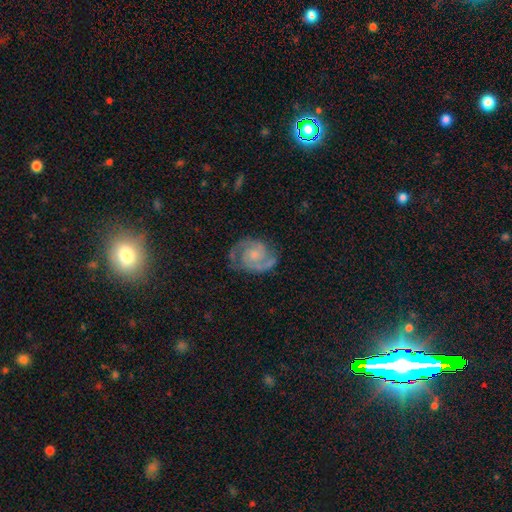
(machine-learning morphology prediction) Overall: featured or disk (89%). Edge-on disk: no (98%). Bar: no (66%; weak 29%). Spiral arms: yes (98%). Spiral arm count: 2 (88%). Spiral winding: tight (48%; medium 44%). Bulge size: small (49%; moderate 31%). Merging: none (75%).